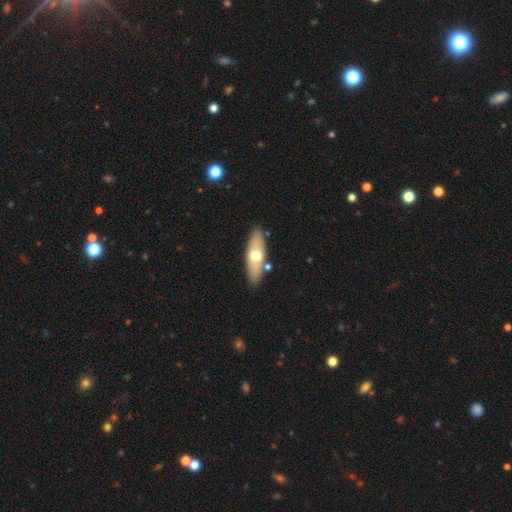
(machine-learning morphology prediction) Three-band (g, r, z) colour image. It shows a smooth galaxy with no disk features (53%) that is in between round and cigar-shaped (60%). Merging: none (83%).